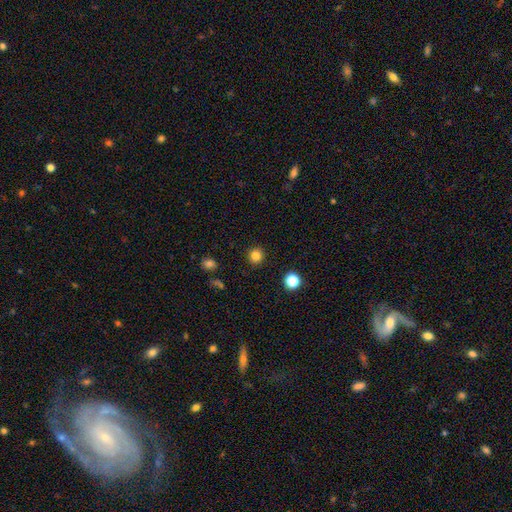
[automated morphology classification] This is clearly a smooth galaxy (83%). How rounded: clearly round (92%). Merging: clearly none (92%).